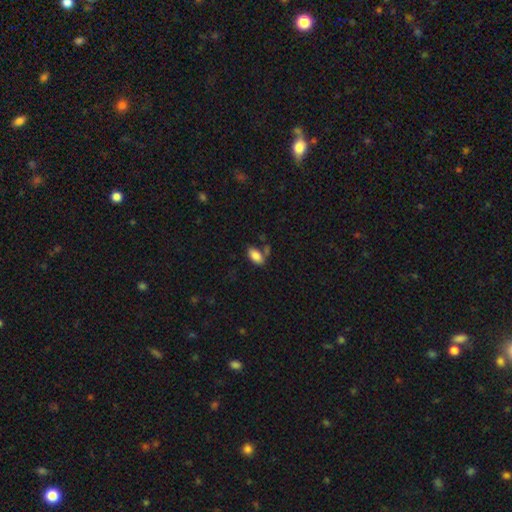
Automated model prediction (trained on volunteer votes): A smooth galaxy with no disk features (85%) that is in between round and cigar-shaped (93%). Merging: none (61%).